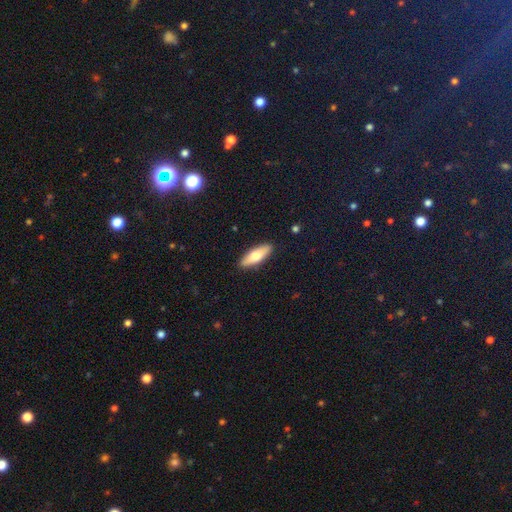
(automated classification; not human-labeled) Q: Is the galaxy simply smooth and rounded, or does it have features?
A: smooth — 65%.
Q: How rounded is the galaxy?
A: in between — 51%.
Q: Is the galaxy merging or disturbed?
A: none — 90%.